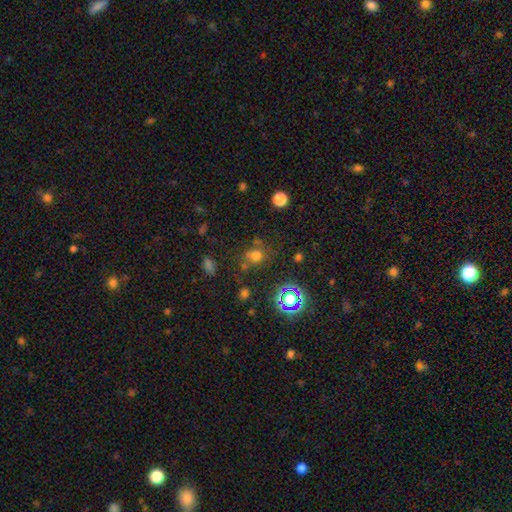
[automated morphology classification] A smooth galaxy with no disk features (62%) that is round (78%). Merging: none (64%).